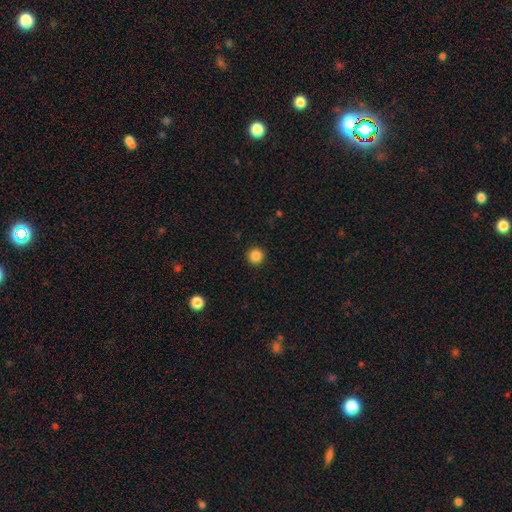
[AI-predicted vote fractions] smooth_or_featured: smooth (p=0.86) [alt: star or artifact p=0.11]
how_rounded: round (p=0.96) [alt: in between p=0.03]
merging: none (p=0.93) [alt: minor disturbance p=0.04]